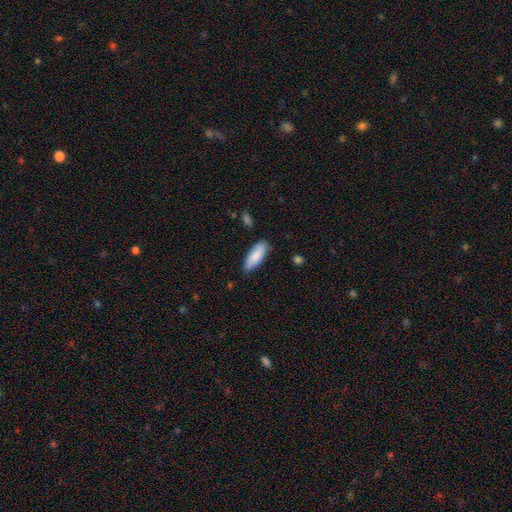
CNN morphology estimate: Smooth or featured?
  - smooth: 86% *
  - featured or disk: 9%
  - star or artifact: 6%
How rounded?
  - in between: 73% *
  - cigar-shaped: 25%
  - round: 2%
Merging?
  - none: 82% *
  - minor disturbance: 14%
  - major disturbance: 2%
  - merger: 2%